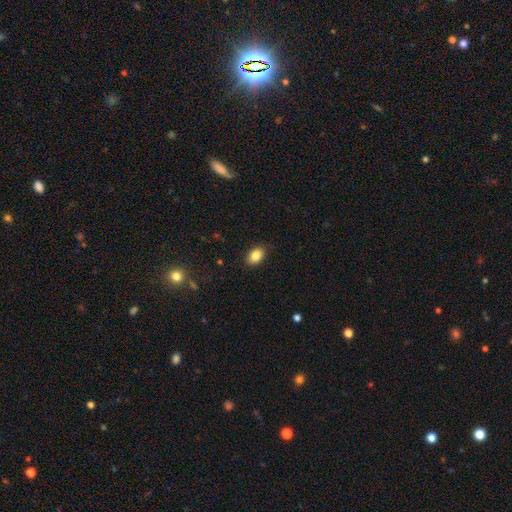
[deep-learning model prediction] Smooth or featured? Predicted: smooth (p=0.85). How rounded? Predicted: in between (p=0.85). Merging? Predicted: none (p=0.87).